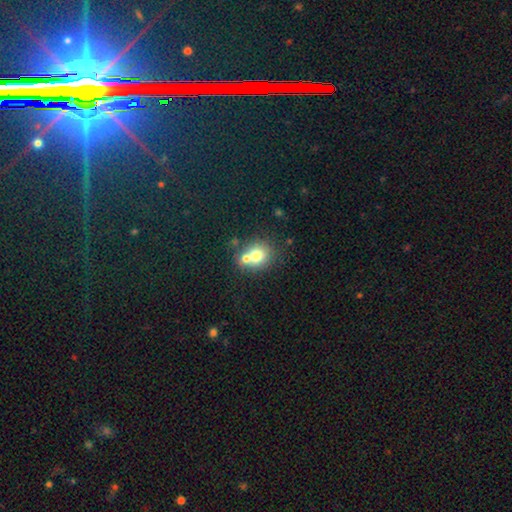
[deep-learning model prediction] Smooth or featured: smooth — 71% (featured or disk — 17%)
How rounded: round — 76% (in between — 23%)
Merging: none — 44% (tied with merger — 44%)